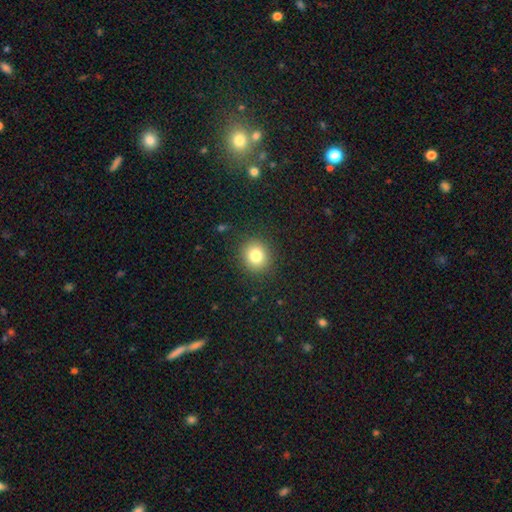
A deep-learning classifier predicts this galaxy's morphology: Smooth or featured? smooth (81%)
How rounded? round (84%)
Merging? none (89%)